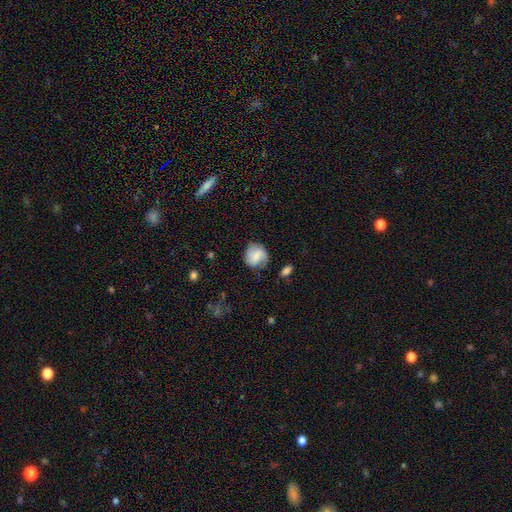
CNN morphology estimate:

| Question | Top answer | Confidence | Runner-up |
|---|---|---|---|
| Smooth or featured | smooth | 52% | featured or disk (40%) |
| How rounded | round | 77% | in between (22%) |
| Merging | none | 68% | minor disturbance (22%) |